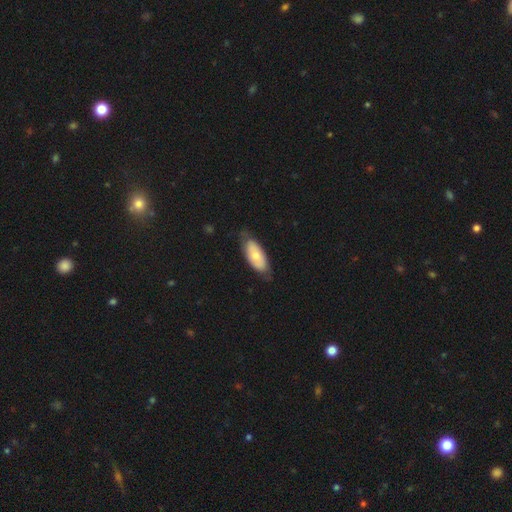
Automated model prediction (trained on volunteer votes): This appears to be a smooth galaxy with no disk features (61%) that is in between round and cigar-shaped (86%). Merging: none (67%).